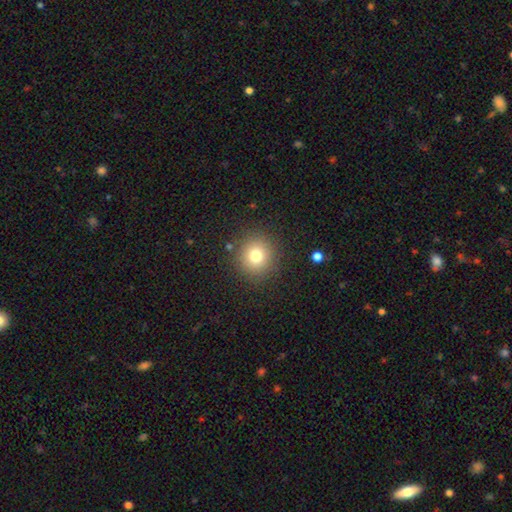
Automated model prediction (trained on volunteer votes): Smooth or featured: smooth — 76% (star or artifact — 14%)
How rounded: round — 92% (in between — 7%)
Merging: none — 88% (minor disturbance — 7%)